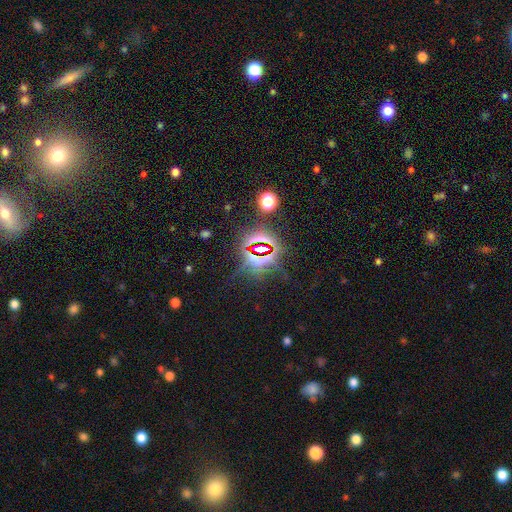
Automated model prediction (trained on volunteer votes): A star or artifact, not a galaxy (82%).